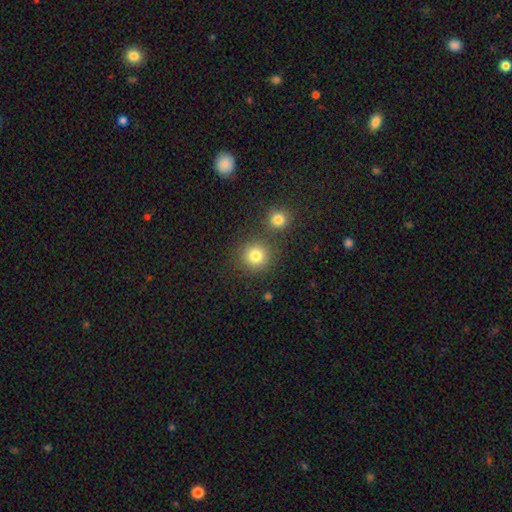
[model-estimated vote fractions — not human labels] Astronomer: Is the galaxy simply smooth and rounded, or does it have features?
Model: smooth — 82%.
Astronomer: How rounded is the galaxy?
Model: round — 92%.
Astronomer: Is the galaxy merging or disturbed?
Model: none — 77%.